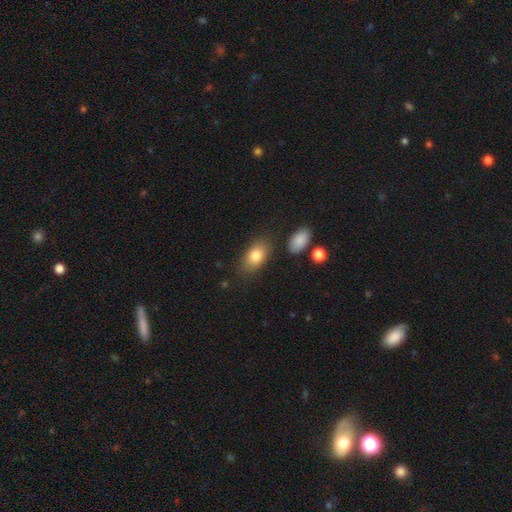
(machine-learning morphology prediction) A smooth galaxy with no disk features (82%) that is in between round and cigar-shaped (88%). Merging: none (78%).